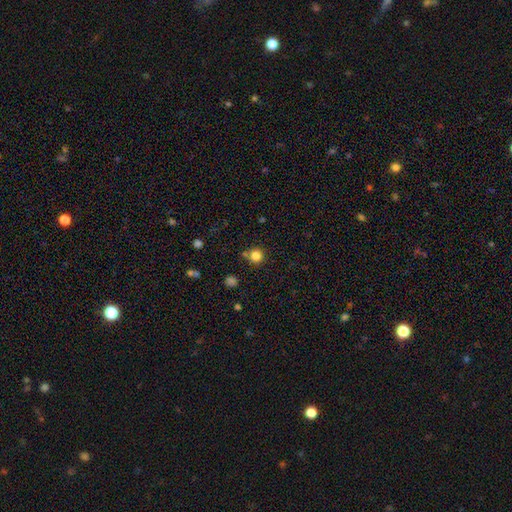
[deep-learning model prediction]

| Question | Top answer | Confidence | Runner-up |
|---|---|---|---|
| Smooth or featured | smooth | 83% | star or artifact (13%) |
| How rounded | round | 94% | in between (5%) |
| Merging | none | 79% | merger (10%) |